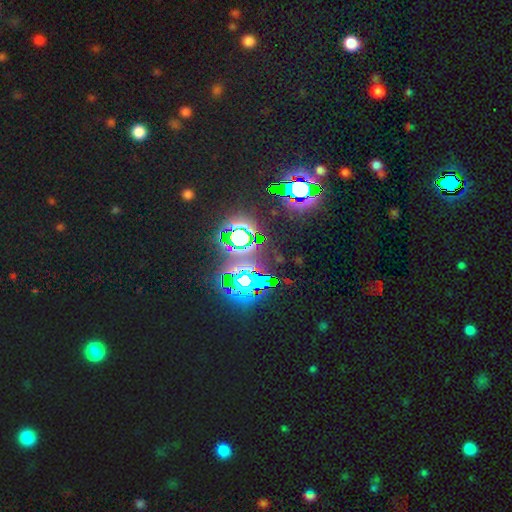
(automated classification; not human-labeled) This is clearly a star or artifact rather than a galaxy (80%).